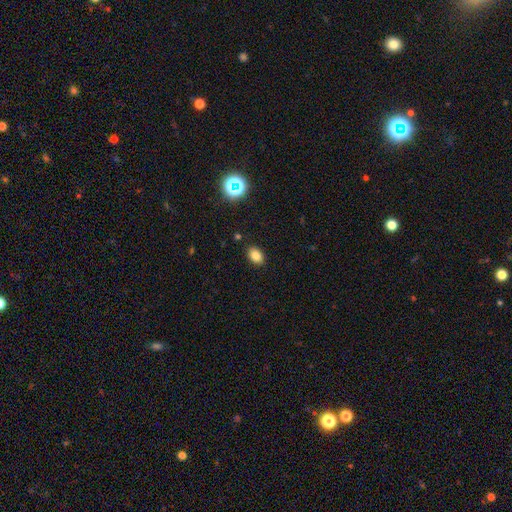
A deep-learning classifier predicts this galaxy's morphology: Smooth or featured: smooth — 81% (star or artifact — 12%)
How rounded: in between — 80% (round — 18%)
Merging: none — 88% (minor disturbance — 8%)